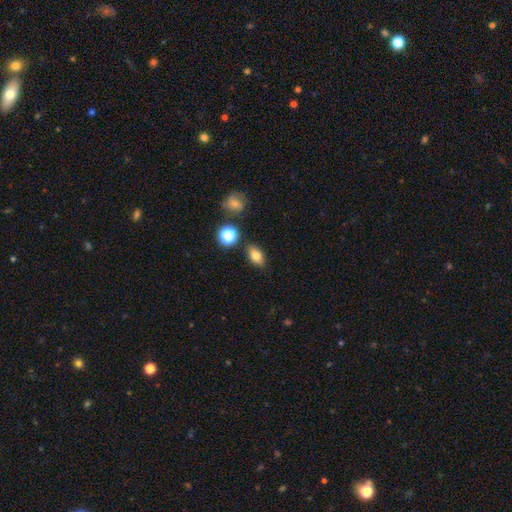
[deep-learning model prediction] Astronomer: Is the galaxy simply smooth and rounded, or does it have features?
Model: smooth — 78%.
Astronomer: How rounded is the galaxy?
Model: in between — 81%.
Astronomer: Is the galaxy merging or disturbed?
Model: none — 82%.